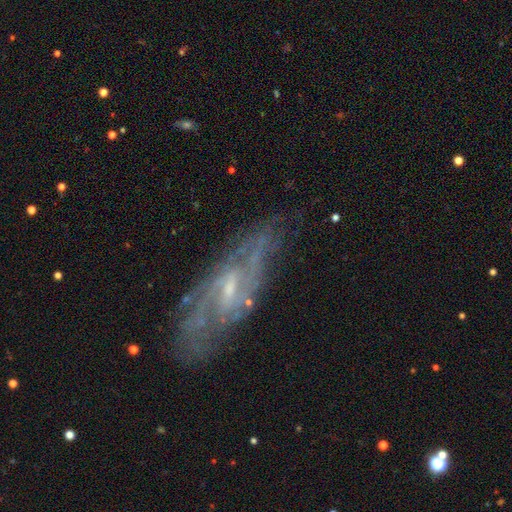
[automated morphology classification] Smooth or featured?
  - featured or disk: 84% *
  - smooth: 9%
  - star or artifact: 7%
Edge-on disk?
  - no: 86% *
  - yes: 14%
Bar?
  - weak: 56% *
  - no: 26%
  - strong: 19%
Spiral arms?
  - yes: 89% *
  - no: 11%
Spiral winding?
  - medium: 45% *
  - tight: 36%
  - loose: 19%
Spiral arm count?
  - 2: 43% *
  - can't tell: 35%
  - 3: 10%
  - 4: 5%
  - 1: 4%
  - more than 4: 4%
Bulge size?
  - small: 61% *
  - moderate: 27%
  - none: 9%
  - large: 2%
  - dominant: 1%
Merging?
  - none: 71% *
  - minor disturbance: 18%
  - major disturbance: 9%
  - merger: 2%